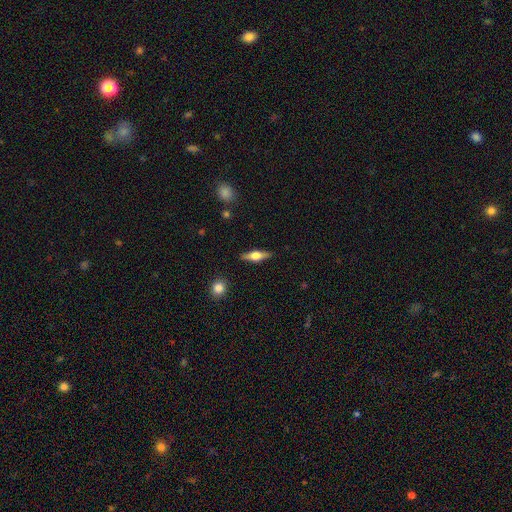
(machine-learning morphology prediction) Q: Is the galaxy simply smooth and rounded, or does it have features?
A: featured or disk — 58%.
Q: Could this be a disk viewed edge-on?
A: yes — 95%.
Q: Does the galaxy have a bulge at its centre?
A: rounded — 93%.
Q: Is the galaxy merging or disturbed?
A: none — 88%.